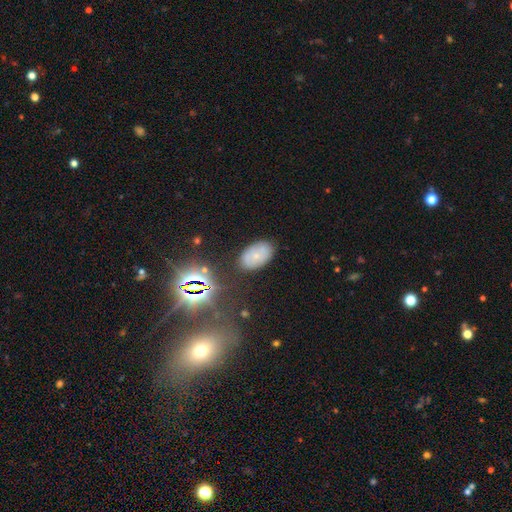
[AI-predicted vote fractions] Smooth or featured? Predicted: smooth (p=0.56). How rounded? Predicted: in between (p=0.91). Merging? Predicted: none (p=0.79).